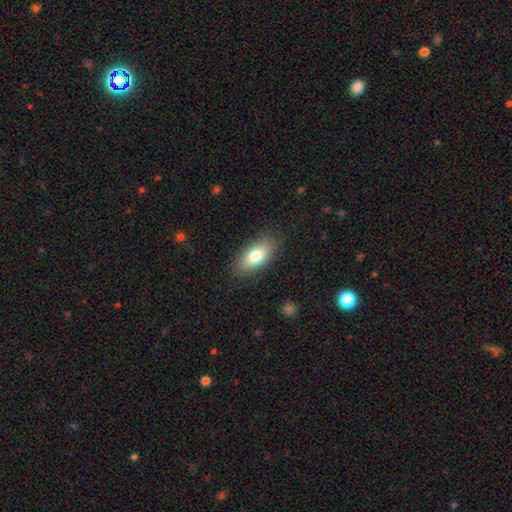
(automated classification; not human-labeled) Q: Smooth or featured?
A: smooth (78%); runner-up: featured or disk (15%)
Q: How rounded?
A: in between (88%); runner-up: cigar-shaped (8%)
Q: Merging?
A: none (84%); runner-up: minor disturbance (11%)